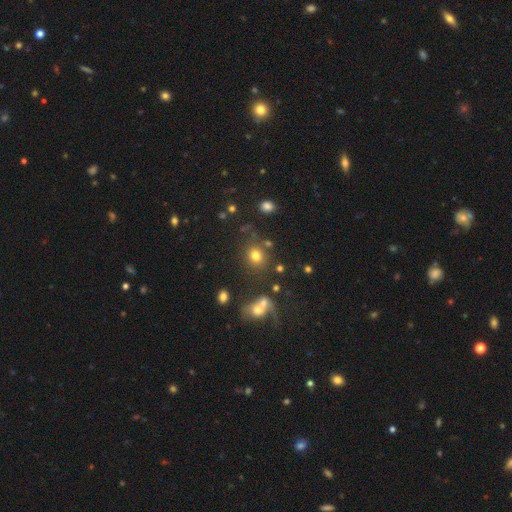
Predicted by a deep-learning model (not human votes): Overall: smooth (73%). How rounded: round (73%). Merging: none (72%).